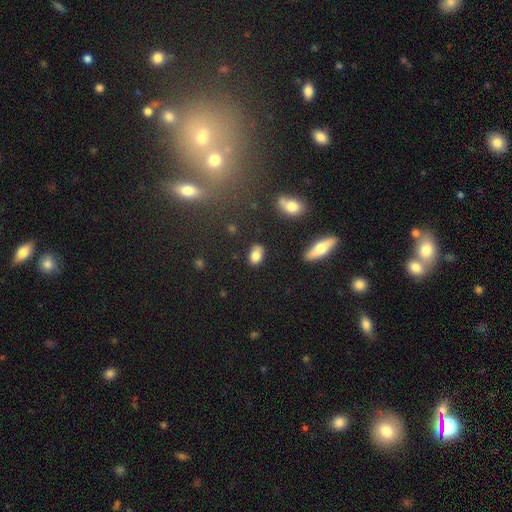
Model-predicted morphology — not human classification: Smooth or featured? Predicted: smooth (p=0.81). How rounded? Predicted: in between (p=0.83). Merging? Predicted: none (p=0.75).